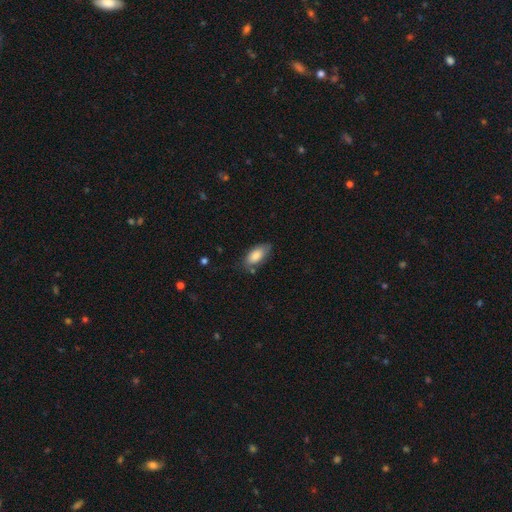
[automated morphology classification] A smooth galaxy with no disk features (82%) that is in between round and cigar-shaped (91%). Merging: none (69%).